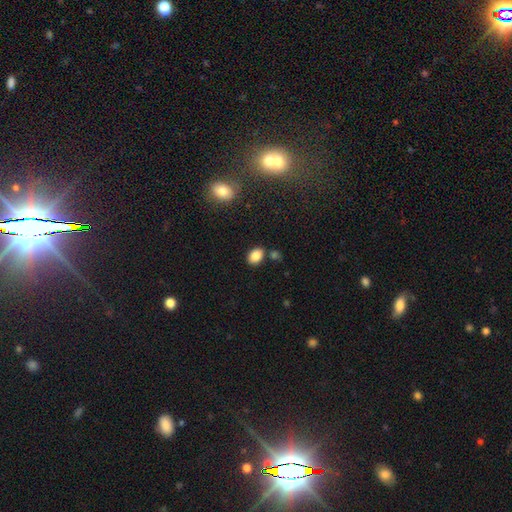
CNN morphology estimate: A smooth galaxy with no disk features (85%) that is in between round and cigar-shaped (78%).

Vote fractions:
- Smooth or featured? smooth: 85% / star or artifact: 9% / featured or disk: 5%
- How rounded? in between: 78% / round: 20% / cigar-shaped: 1%
- Merging? none: 75% / minor disturbance: 13% / merger: 9% / major disturbance: 3%